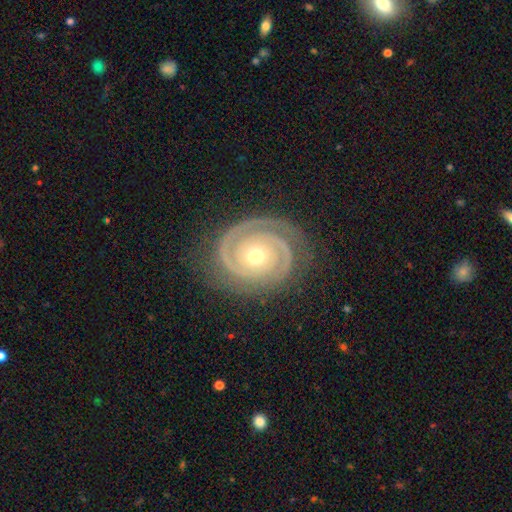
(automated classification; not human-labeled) Overall: featured or disk (92%). Edge-on disk: no (98%). Bar: no (79%). Spiral arms: yes (99%). Spiral arm count: 2 (83%). Spiral winding: tight (84%). Bulge size: moderate (55%; small 42%). Merging: none (85%).